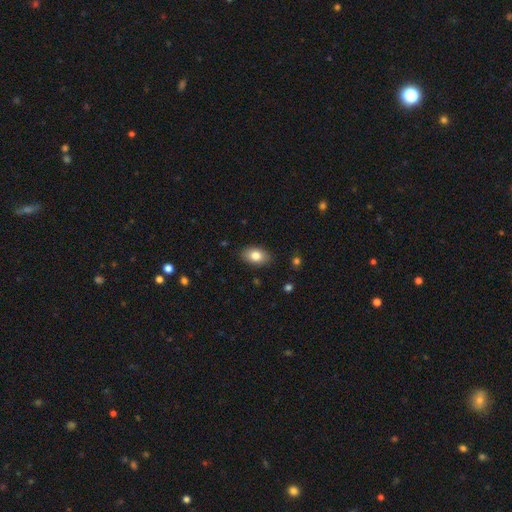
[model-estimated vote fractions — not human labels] Overall: smooth (81%). How rounded: in between (89%). Merging: none (87%).